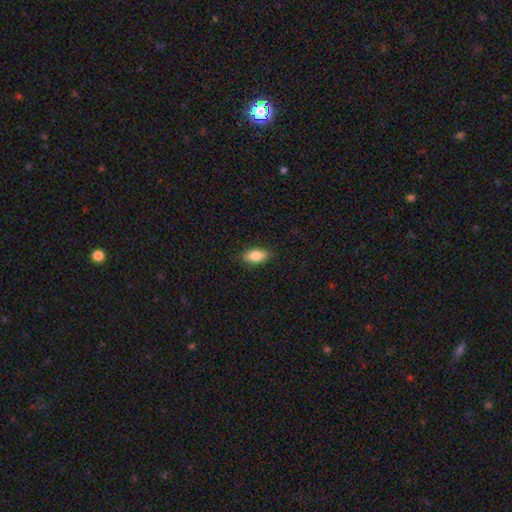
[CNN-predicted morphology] Smooth or featured? Predicted: smooth (p=0.86). How rounded? Predicted: in between (p=0.89). Merging? Predicted: none (p=0.87).